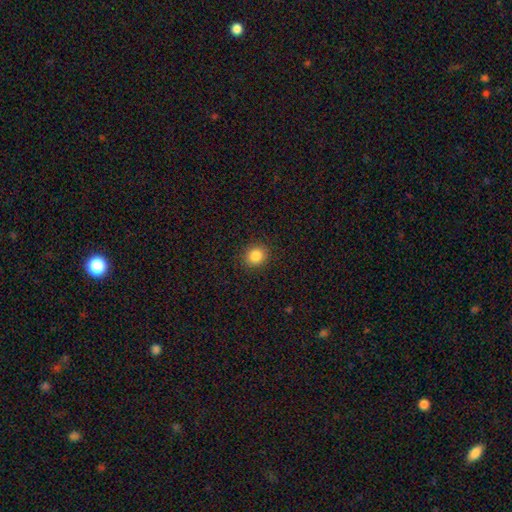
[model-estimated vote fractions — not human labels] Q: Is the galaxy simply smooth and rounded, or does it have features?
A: smooth — 85%.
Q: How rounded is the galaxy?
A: round — 76%.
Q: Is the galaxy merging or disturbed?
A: none — 90%.